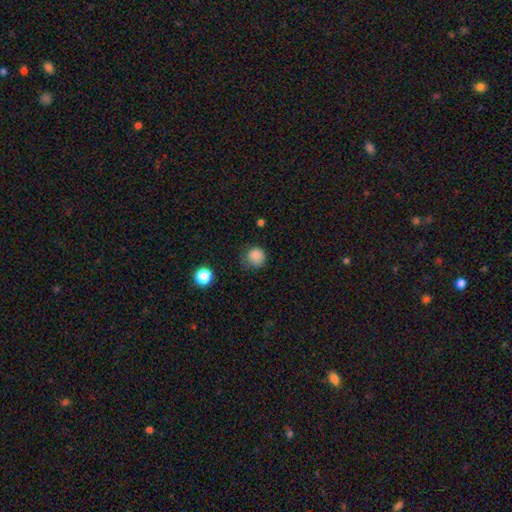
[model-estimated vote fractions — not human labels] smooth 84%, star or artifact 11%, featured or disk 5%. Down the decision tree: how rounded — round (90%); merging — none (65%).